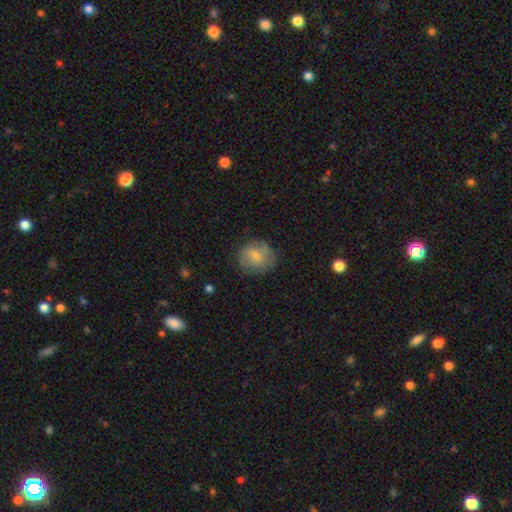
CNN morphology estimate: A smooth galaxy with no disk features (55%) that is round (78%).

Vote fractions:
- Smooth or featured? smooth: 55% / featured or disk: 36% / star or artifact: 9%
- How rounded? round: 78% / in between: 20% / cigar-shaped: 1%
- Merging? none: 78% / minor disturbance: 16% / major disturbance: 5% / merger: 1%